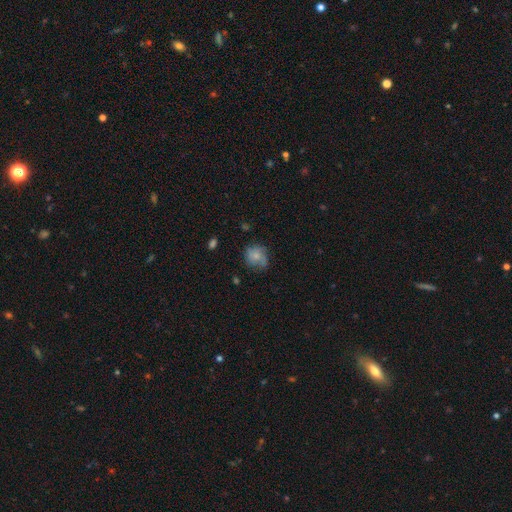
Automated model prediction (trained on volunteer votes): Smooth or featured? smooth (68%)
How rounded? round (73%)
Merging? none (58%)